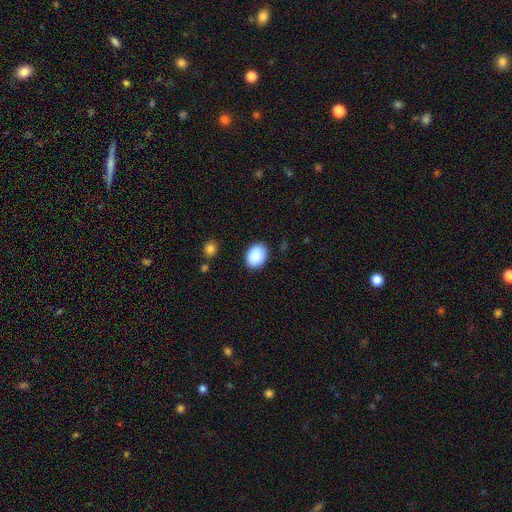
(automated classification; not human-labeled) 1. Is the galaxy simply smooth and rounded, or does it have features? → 90% smooth, 7% star or artifact, 3% featured or disk.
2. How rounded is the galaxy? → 66% in between, 33% round, 1% cigar-shaped.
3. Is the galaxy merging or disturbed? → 87% none, 9% minor disturbance, 2% major disturbance, 1% merger.